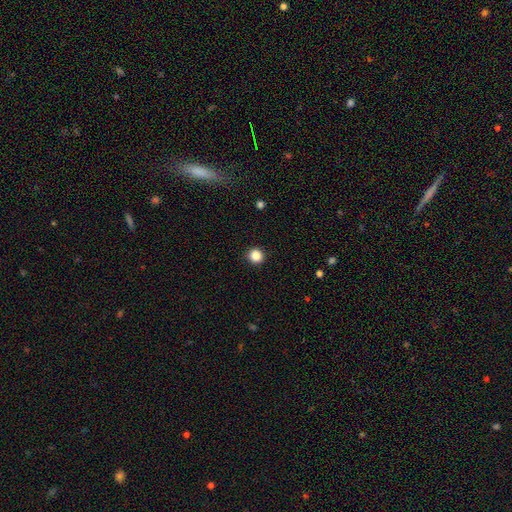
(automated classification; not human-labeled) Smooth or featured? smooth (86%)
How rounded? round (93%)
Merging? none (92%)